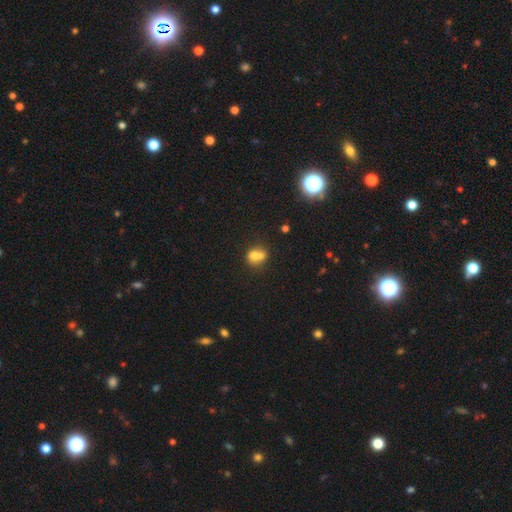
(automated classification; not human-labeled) Smooth or featured? Predicted: smooth (p=0.68). How rounded? Predicted: round (p=0.66). Merging? Predicted: merger (p=0.61).